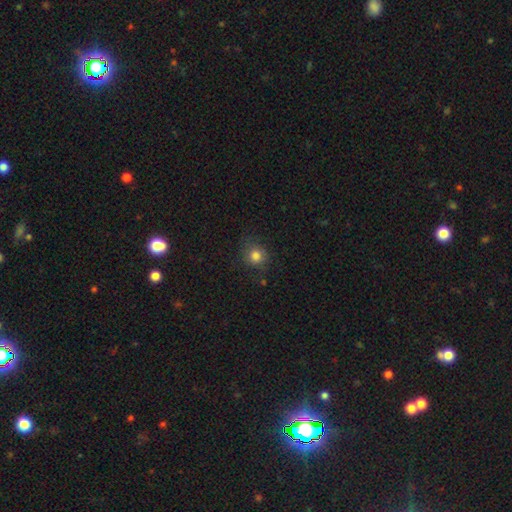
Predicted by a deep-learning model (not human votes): Smooth or featured? smooth (83%)
How rounded? round (82%)
Merging? none (75%)